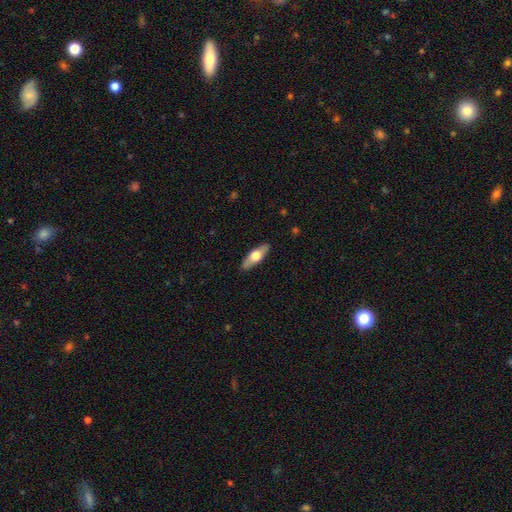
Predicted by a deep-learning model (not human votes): A smooth galaxy with no disk features (52%) that is in between round and cigar-shaped (59%). Merging: none (89%).